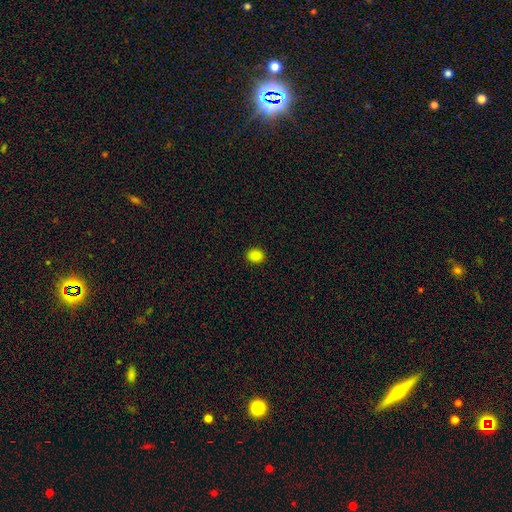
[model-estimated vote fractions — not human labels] Q: Smooth or featured?
A: smooth (86%); runner-up: star or artifact (11%)
Q: How rounded?
A: round (56%); runner-up: in between (43%)
Q: Merging?
A: none (91%); runner-up: minor disturbance (6%)